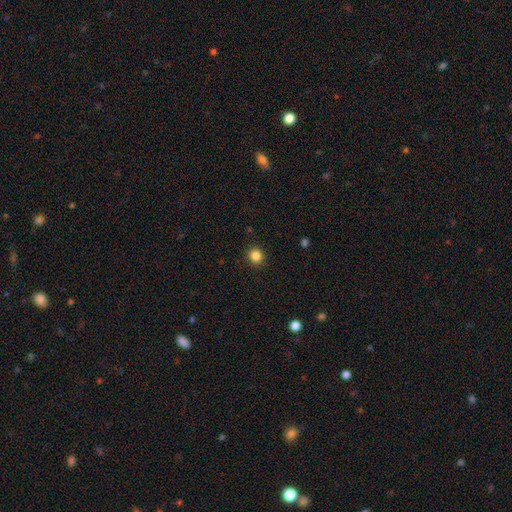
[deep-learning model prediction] Smooth or featured: smooth — 85% (star or artifact — 12%)
How rounded: round — 90% (in between — 9%)
Merging: none — 91% (minor disturbance — 6%)